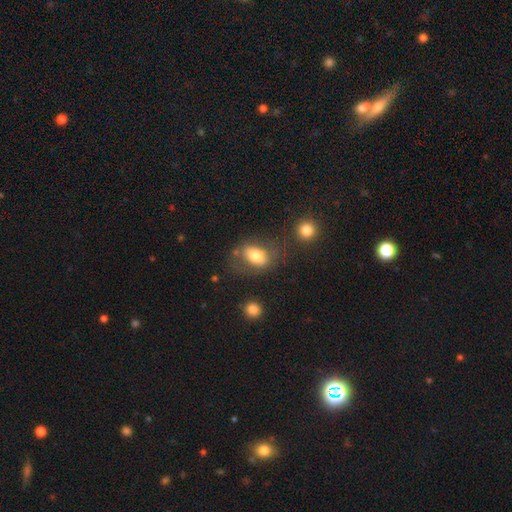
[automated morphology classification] smooth_or_featured: smooth (p=0.70) [alt: featured or disk p=0.22]
how_rounded: in between (p=0.79) [alt: round p=0.19]
merging: none (p=0.59) [alt: minor disturbance p=0.20]